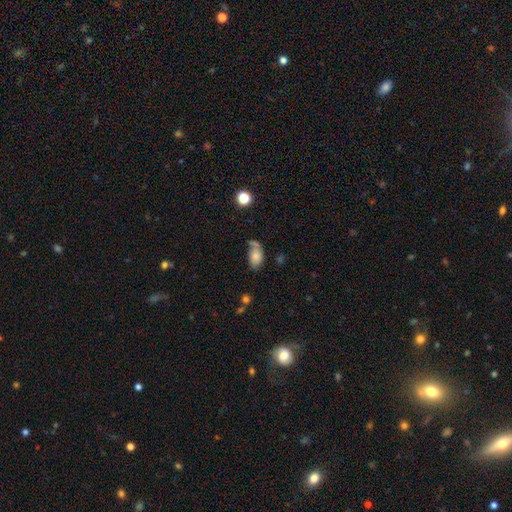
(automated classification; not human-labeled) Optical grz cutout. It shows a smooth galaxy with no disk features (68%) that is in between round and cigar-shaped (88%). Merging: none (40%).